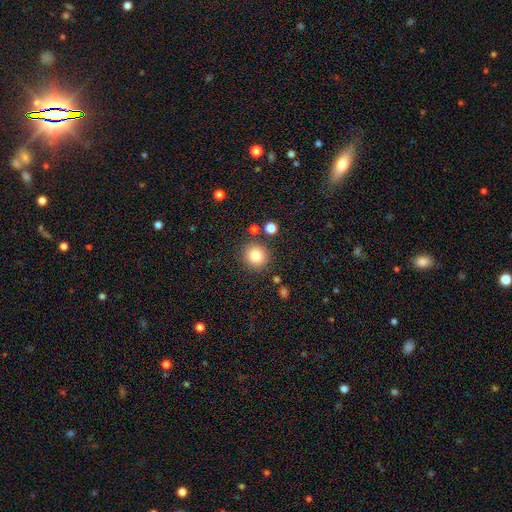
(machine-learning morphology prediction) smooth 83%, star or artifact 11%, featured or disk 7%. Down the decision tree: how rounded — round (92%); merging — none (84%).